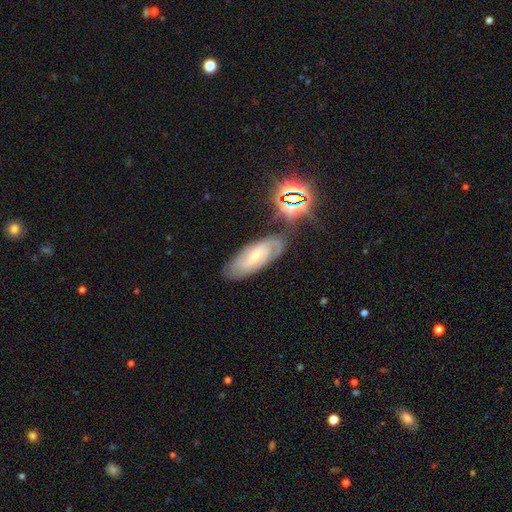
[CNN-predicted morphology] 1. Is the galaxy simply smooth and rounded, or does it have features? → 75% featured or disk, 15% smooth, 10% star or artifact.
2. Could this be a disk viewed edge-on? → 91% no, 9% yes.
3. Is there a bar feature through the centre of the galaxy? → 47% weak, 36% no, 17% strong.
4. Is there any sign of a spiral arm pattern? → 94% yes, 6% no.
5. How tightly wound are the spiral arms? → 54% tight, 36% medium, 10% loose.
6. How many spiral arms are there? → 47% 2, 29% can't tell, 13% 3, 4% 1, 4% 4, 3% more than 4.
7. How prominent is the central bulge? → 62% small, 33% moderate, 3% none, 2% large, 1% dominant.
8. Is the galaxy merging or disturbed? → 73% none, 18% minor disturbance, 5% major disturbance, 4% merger.